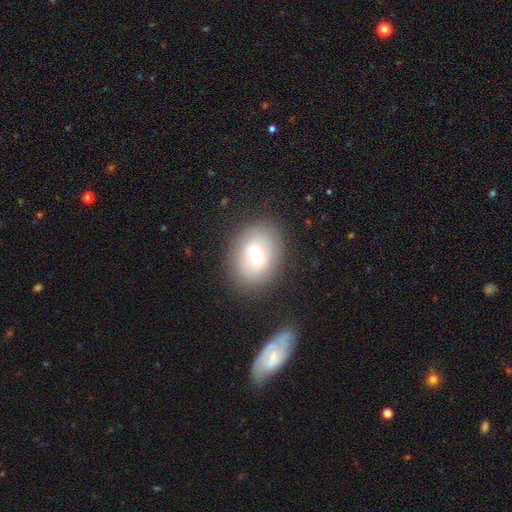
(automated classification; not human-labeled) A smooth galaxy with no disk features (61%) that is in between round and cigar-shaped (59%).

Vote fractions:
- Smooth or featured? smooth: 61% / featured or disk: 26% / star or artifact: 12%
- How rounded? in between: 59% / round: 40% / cigar-shaped: 1%
- Merging? none: 82% / minor disturbance: 11% / major disturbance: 6% / merger: 1%